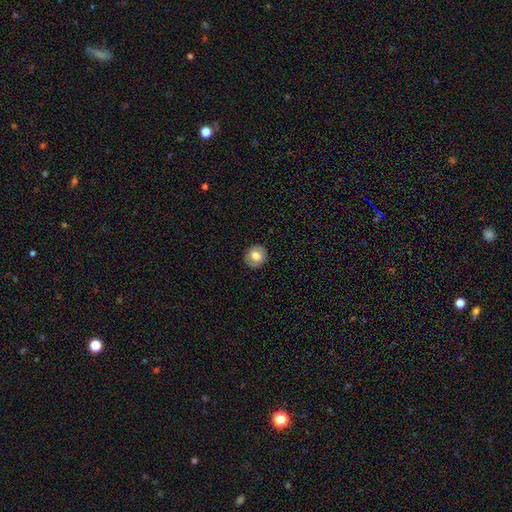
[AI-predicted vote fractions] smooth_or_featured: smooth (p=0.73) [alt: featured or disk p=0.19]
how_rounded: round (p=0.90) [alt: in between p=0.09]
merging: none (p=0.89) [alt: minor disturbance p=0.08]